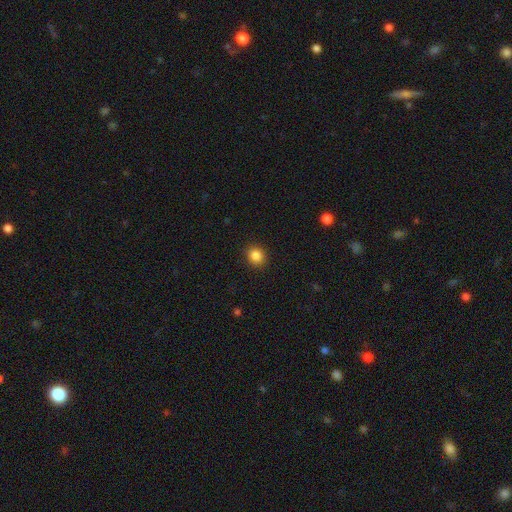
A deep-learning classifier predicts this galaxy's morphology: A smooth galaxy with no disk features (86%) that is round (79%).

Vote fractions:
- Smooth or featured? smooth: 86% / star or artifact: 10% / featured or disk: 4%
- How rounded? round: 79% / in between: 20% / cigar-shaped: 1%
- Merging? none: 91% / minor disturbance: 6% / major disturbance: 2% / merger: 1%